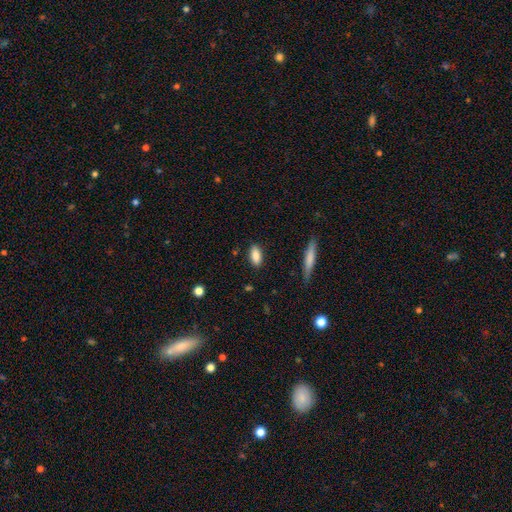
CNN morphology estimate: type=smooth (86%); roundness=in between (84%); merging=none (87%).